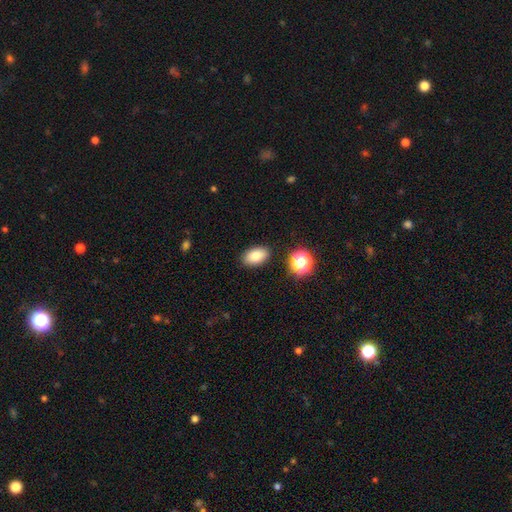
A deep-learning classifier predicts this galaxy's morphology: Smooth or featured: smooth — 82% (star or artifact — 10%)
How rounded: in between — 89% (round — 9%)
Merging: none — 87% (minor disturbance — 8%)